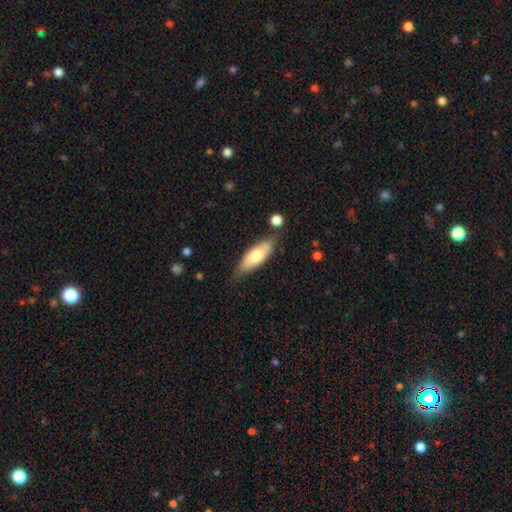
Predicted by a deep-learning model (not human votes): smooth 66%, featured or disk 28%, star or artifact 6%. Down the decision tree: how rounded — in between (63%); merging — none (66%).